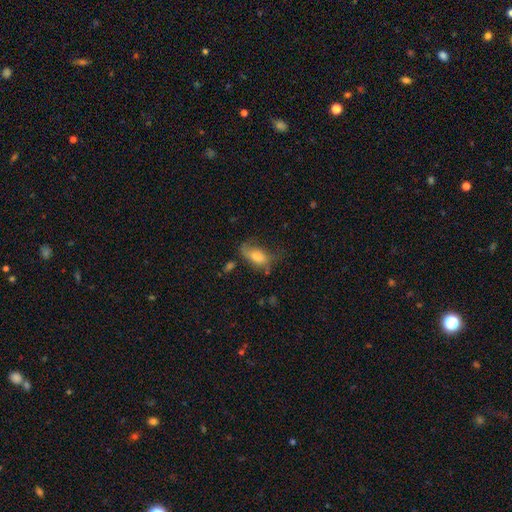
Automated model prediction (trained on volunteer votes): Smooth or featured? smooth (58%)
How rounded? in between (84%)
Merging? none (49%)